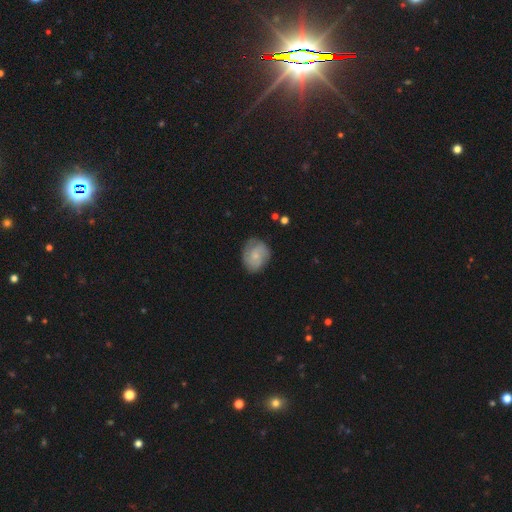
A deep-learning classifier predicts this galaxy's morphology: This appears to be a smooth galaxy with no disk features (49%). Merging: none (72%).